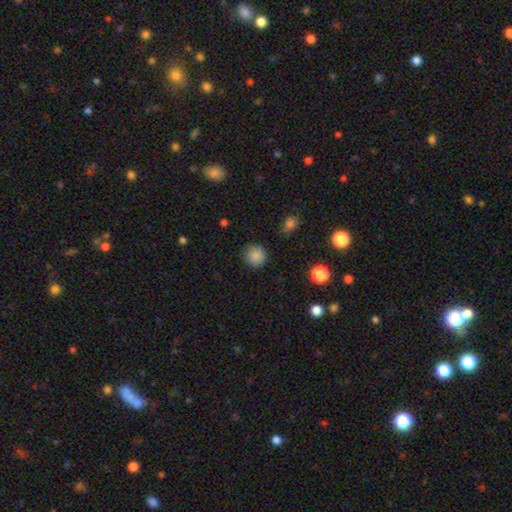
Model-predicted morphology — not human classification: Smooth or featured? smooth (87%)
How rounded? round (91%)
Merging? none (88%)